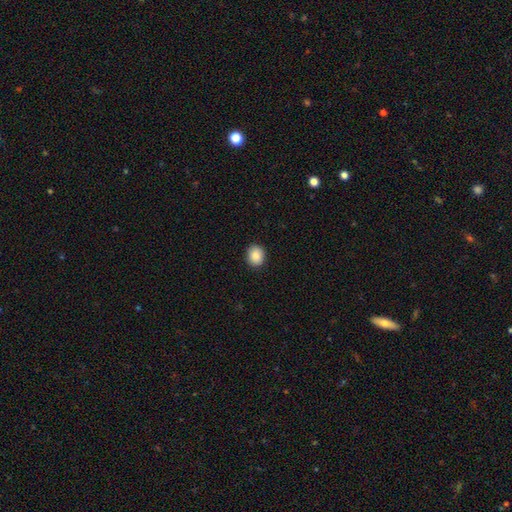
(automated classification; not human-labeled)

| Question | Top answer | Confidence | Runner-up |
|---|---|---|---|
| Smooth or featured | smooth | 88% | star or artifact (8%) |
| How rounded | round | 64% | in between (35%) |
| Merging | none | 90% | minor disturbance (7%) |